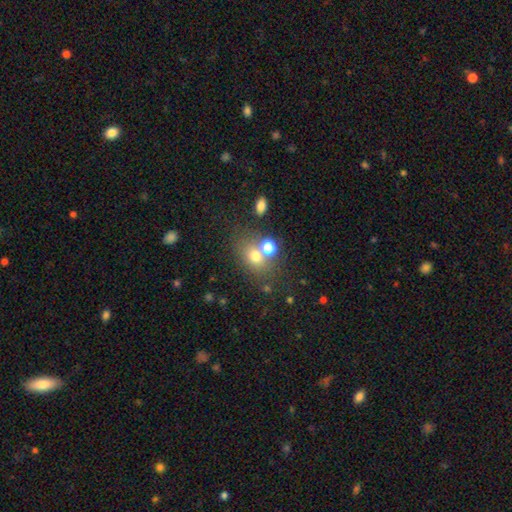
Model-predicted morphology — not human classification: A smooth galaxy with no disk features (70%) that is round (50%).

Vote fractions:
- Smooth or featured? smooth: 70% / star or artifact: 16% / featured or disk: 14%
- How rounded? round: 50% / in between: 49% / cigar-shaped: 1%
- Merging? none: 54% / merger: 29% / minor disturbance: 12% / major disturbance: 6%